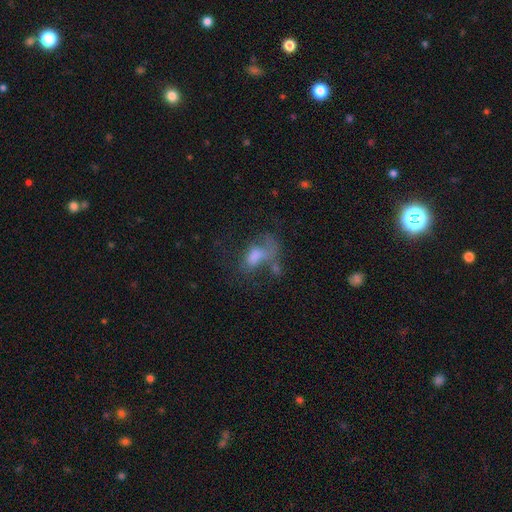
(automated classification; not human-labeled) Smooth or featured? smooth (43%)
Merging? major disturbance (40%)